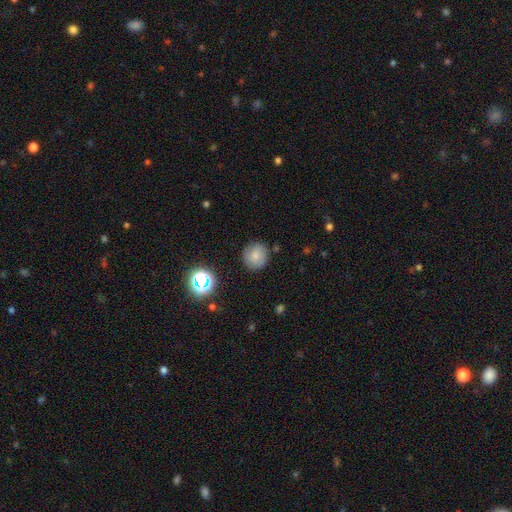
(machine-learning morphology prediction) A smooth galaxy with no disk features (73%) that is round (91%).

Vote fractions:
- Smooth or featured? smooth: 73% / featured or disk: 15% / star or artifact: 13%
- How rounded? round: 91% / in between: 8% / cigar-shaped: 1%
- Merging? none: 84% / minor disturbance: 11% / major disturbance: 3% / merger: 2%